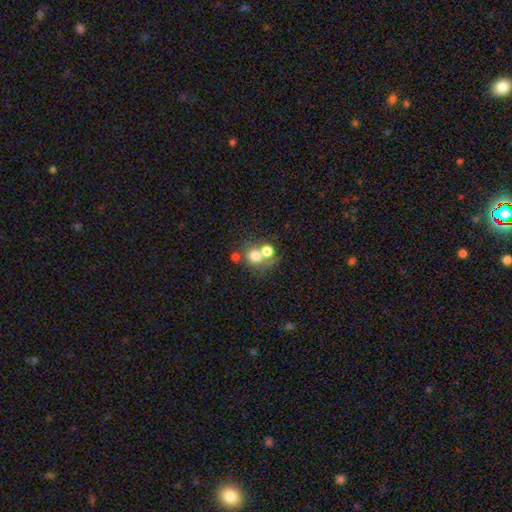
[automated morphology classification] Q: Smooth or featured?
A: smooth (70%); runner-up: star or artifact (16%)
Q: How rounded?
A: round (80%); runner-up: in between (19%)
Q: Merging?
A: merger (44%); runner-up: none (43%)